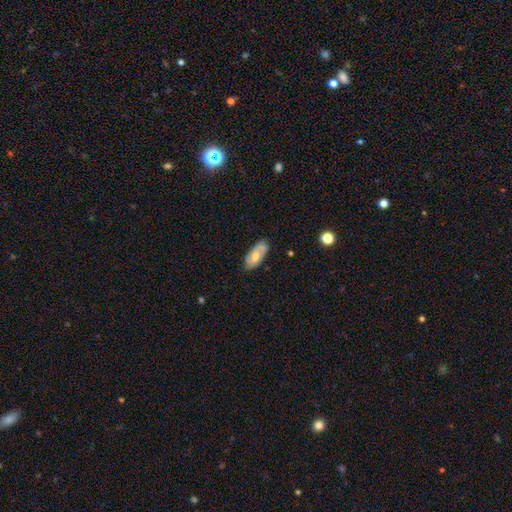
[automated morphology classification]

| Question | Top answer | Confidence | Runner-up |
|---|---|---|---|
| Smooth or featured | smooth | 57% | featured or disk (36%) |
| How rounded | in between | 88% | cigar-shaped (9%) |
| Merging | none | 73% | minor disturbance (20%) |